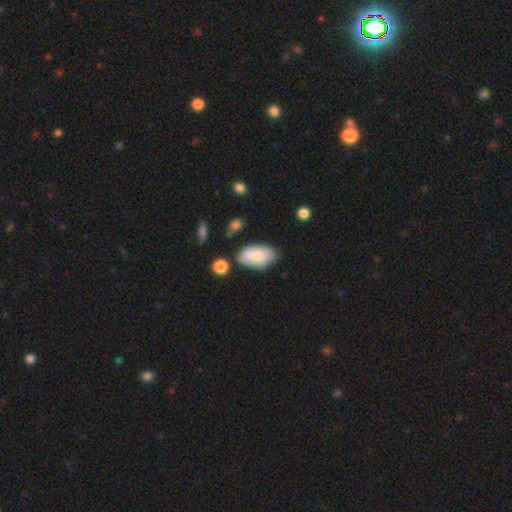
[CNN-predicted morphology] smooth-or-featured: smooth: 76% | featured or disk: 17% | star or artifact: 7%
  how-rounded: in between: 94% | round: 4% | cigar-shaped: 2%
  merging: none: 67% | minor disturbance: 21% | merger: 7% | major disturbance: 5%